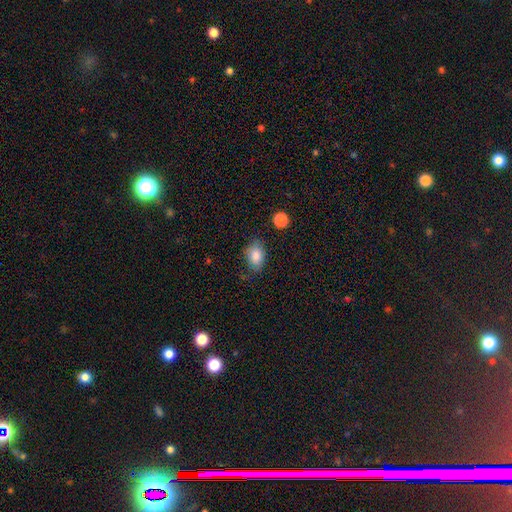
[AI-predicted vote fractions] Morphology: type=smooth (84%); roundness=in between (82%); merging=none (68%).